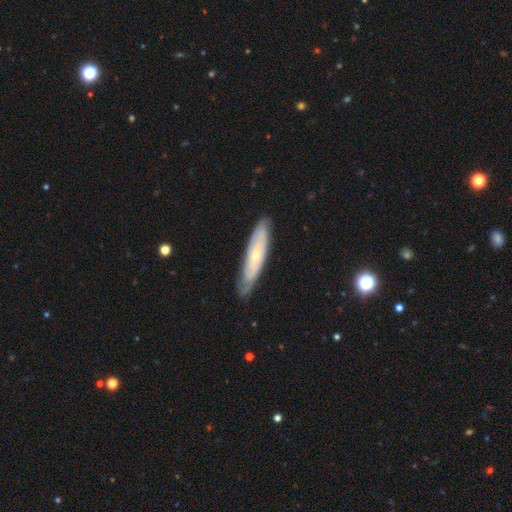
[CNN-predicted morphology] Smooth or featured: featured or disk — 62% (smooth — 32%)
Edge-on disk: no — 58% (yes — 42%)
Merging: none — 79% (minor disturbance — 17%)